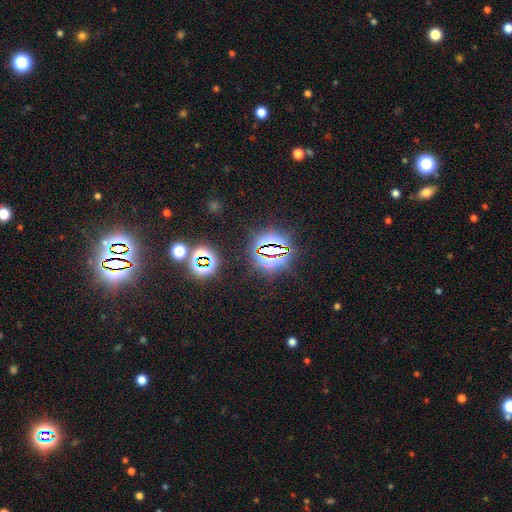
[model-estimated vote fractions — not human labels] Morphology: type=star or artifact (83%).